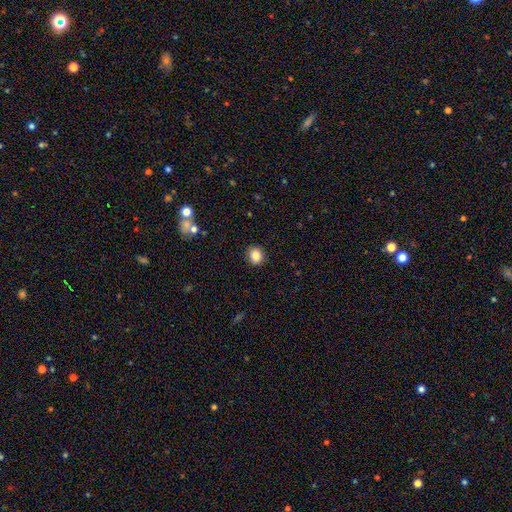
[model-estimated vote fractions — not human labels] This appears to be a smooth galaxy with no disk features (85%) that is round (76%). Merging: none (90%).